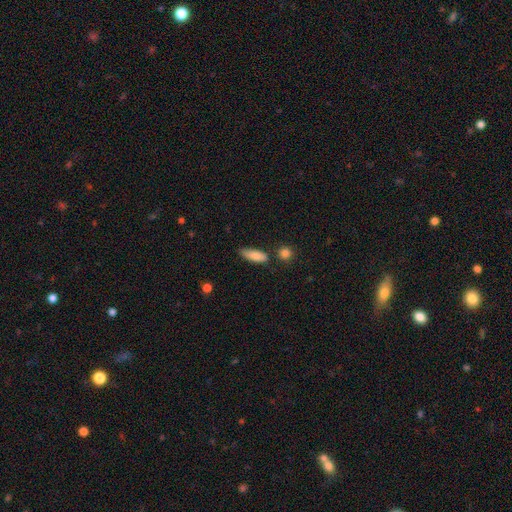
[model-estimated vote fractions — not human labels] Morphology: type=smooth (84%); roundness=in between (62%); merging=none (64%).